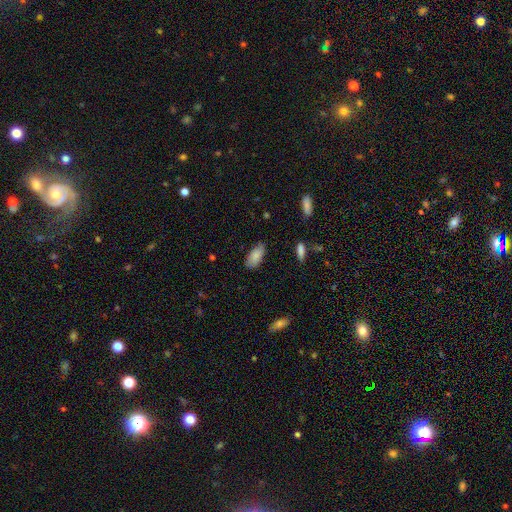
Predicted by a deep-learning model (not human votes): smooth 85%, featured or disk 9%, star or artifact 7%. Down the decision tree: how rounded — in between (91%); merging — none (76%).